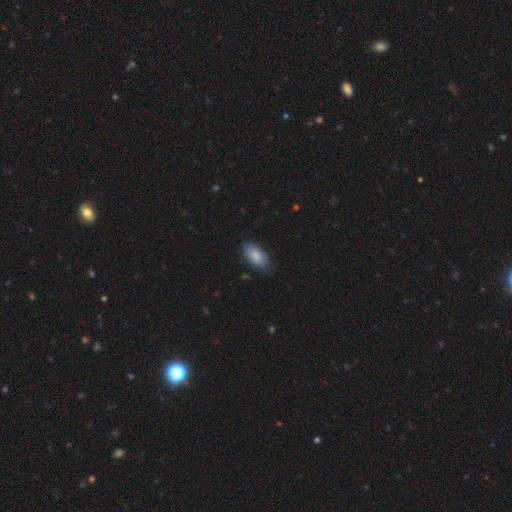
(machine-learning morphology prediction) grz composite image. It shows a smooth galaxy with no disk features (84%) that is in between round and cigar-shaped (93%). Merging: none (74%).